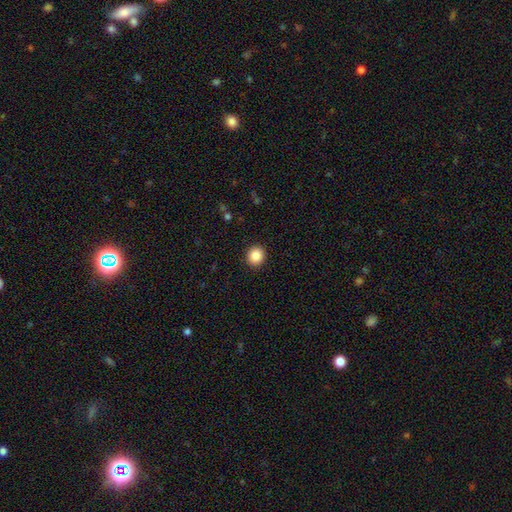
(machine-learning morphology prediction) Smooth or featured? smooth (88%)
How rounded? round (86%)
Merging? none (92%)